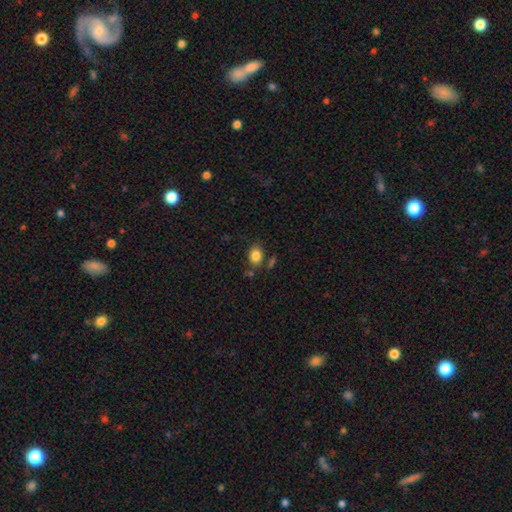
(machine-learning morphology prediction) Smooth or featured? smooth (84%)
How rounded? in between (66%)
Merging? none (74%)